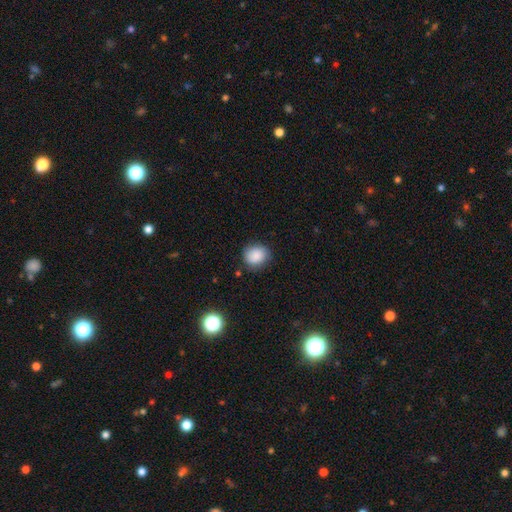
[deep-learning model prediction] smooth_or_featured: smooth (p=0.87) [alt: star or artifact p=0.09]
how_rounded: round (p=0.73) [alt: in between p=0.26]
merging: none (p=0.81) [alt: minor disturbance p=0.14]